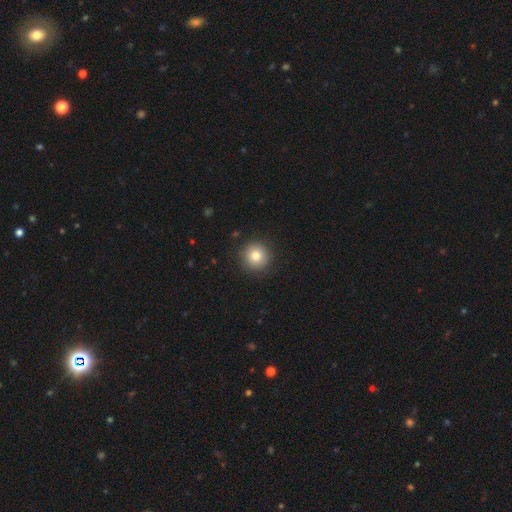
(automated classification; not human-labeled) This is clearly a smooth galaxy (81%). How rounded: clearly round (95%). Merging: clearly none (90%).